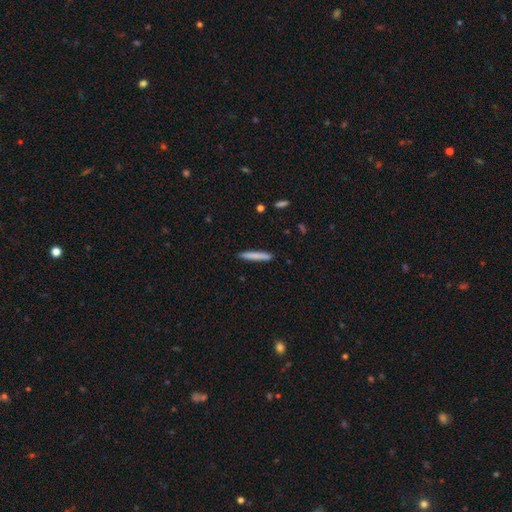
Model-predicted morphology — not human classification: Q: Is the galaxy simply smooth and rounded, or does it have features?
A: smooth — 80%.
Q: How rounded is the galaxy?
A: cigar-shaped — 95%.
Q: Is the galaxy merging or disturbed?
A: none — 90%.